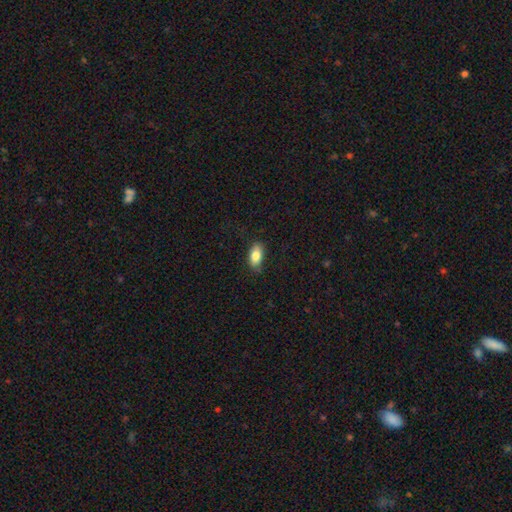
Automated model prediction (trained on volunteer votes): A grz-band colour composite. It shows a smooth galaxy with no disk features (85%) that is in between round and cigar-shaped (91%). Merging: none (82%).